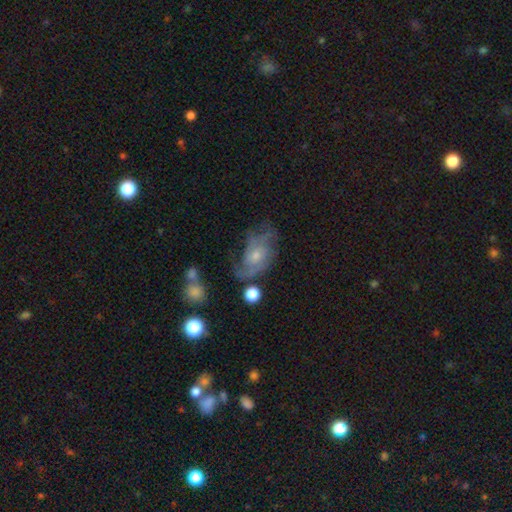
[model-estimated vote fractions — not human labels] This appears to be a featured or disk galaxy (69%) with no bar (71%), 2 (33%) medium (43%) spiral arms (85%) and a small central bulge (55%). Merging: none (48%).